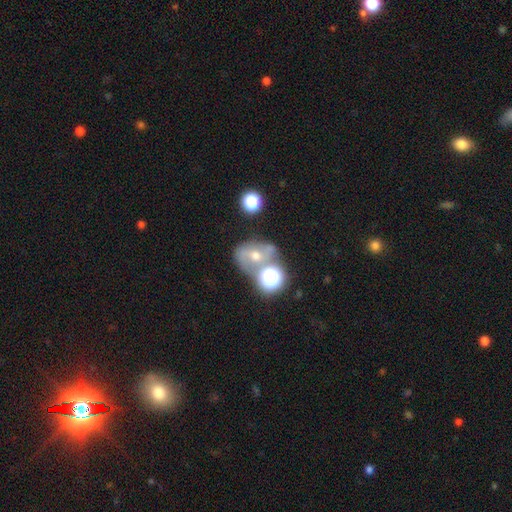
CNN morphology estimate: Overall: featured or disk (46%; smooth 30%). Merging: none (47%; merger 27%).